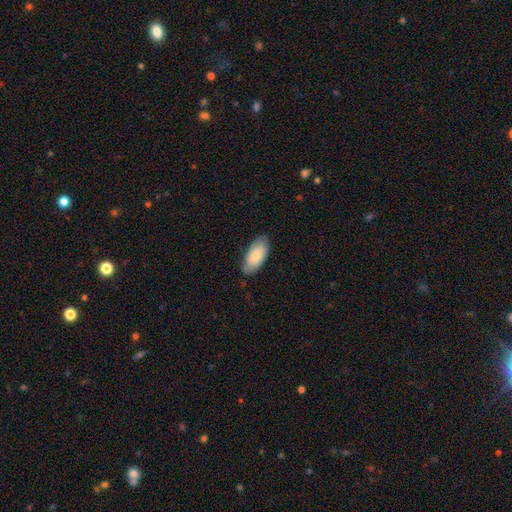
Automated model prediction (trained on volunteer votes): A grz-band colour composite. It shows a smooth galaxy with no disk features (77%) that is in between round and cigar-shaped (92%). Merging: none (77%).